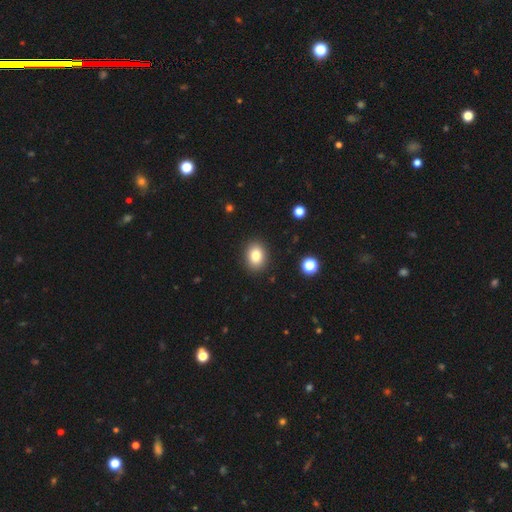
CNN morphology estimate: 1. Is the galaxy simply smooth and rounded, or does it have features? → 82% smooth, 10% star or artifact, 8% featured or disk.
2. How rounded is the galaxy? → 60% in between, 39% round, 1% cigar-shaped.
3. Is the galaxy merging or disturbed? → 89% none, 7% minor disturbance, 2% major disturbance, 1% merger.